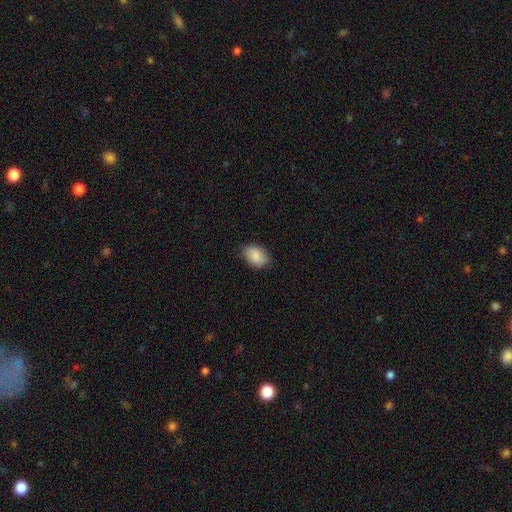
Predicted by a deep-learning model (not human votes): Smooth or featured? Predicted: smooth (p=0.89). How rounded? Predicted: in between (p=0.83). Merging? Predicted: none (p=0.83).